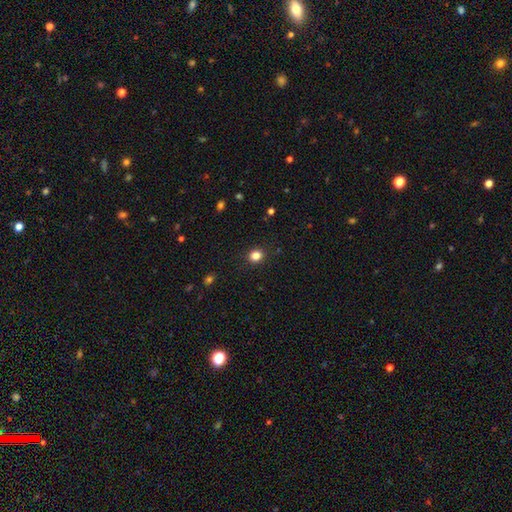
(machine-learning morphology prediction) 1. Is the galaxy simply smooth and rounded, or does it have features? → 83% smooth, 12% star or artifact, 4% featured or disk.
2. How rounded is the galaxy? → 77% round, 22% in between, 1% cigar-shaped.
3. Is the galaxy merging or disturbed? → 90% none, 7% minor disturbance, 2% major disturbance, 1% merger.